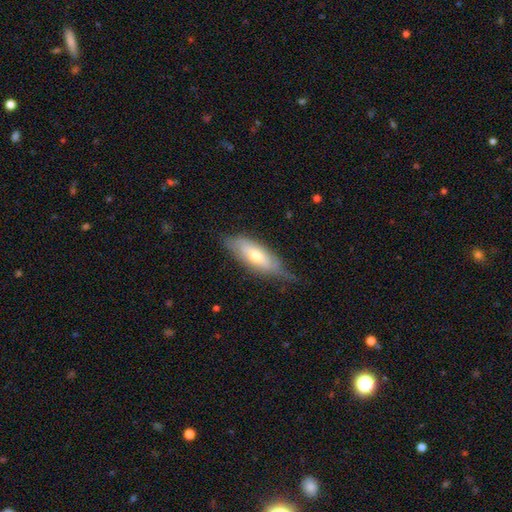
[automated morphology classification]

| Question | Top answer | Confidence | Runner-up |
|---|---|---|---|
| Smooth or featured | smooth | 54% | featured or disk (41%) |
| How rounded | in between | 69% | cigar-shaped (29%) |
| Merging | none | 54% | minor disturbance (35%) |